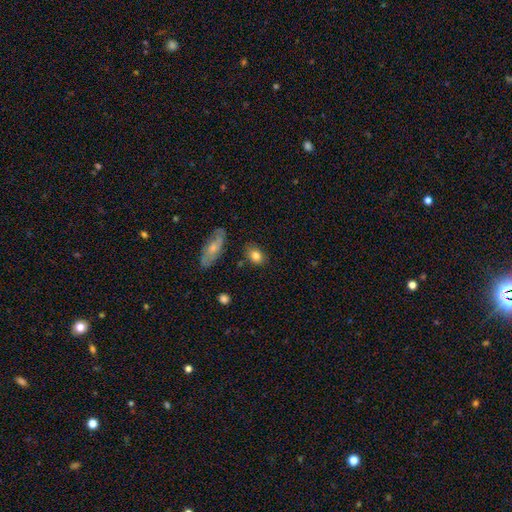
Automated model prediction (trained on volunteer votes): smooth_or_featured: smooth (p=0.82) [alt: featured or disk p=0.09]
how_rounded: in between (p=0.64) [alt: round p=0.34]
merging: none (p=0.80) [alt: minor disturbance p=0.13]